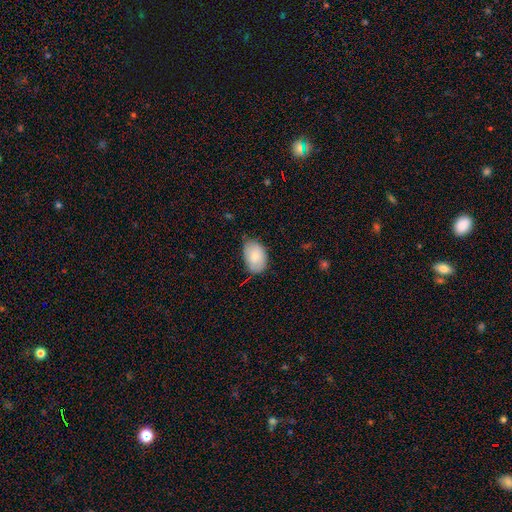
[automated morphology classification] The model was most divided on "merging": none: 67%, minor disturbance: 27%, major disturbance: 4%, merger: 1%. More confident: how rounded — in between (89%); smooth or featured — smooth (82%).